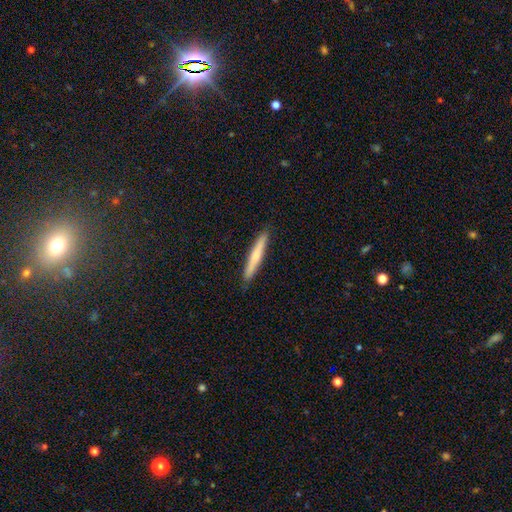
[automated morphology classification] Q: Smooth or featured?
A: smooth (64%); runner-up: featured or disk (31%)
Q: How rounded?
A: cigar-shaped (96%); runner-up: in between (3%)
Q: Merging?
A: none (91%); runner-up: minor disturbance (7%)